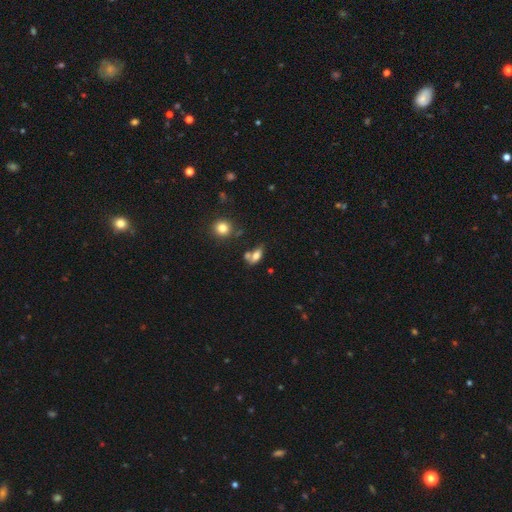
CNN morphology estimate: A smooth galaxy with no disk features (68%) that is in between round and cigar-shaped (79%).

Vote fractions:
- Smooth or featured? smooth: 68% / featured or disk: 21% / star or artifact: 11%
- How rounded? in between: 79% / cigar-shaped: 12% / round: 8%
- Merging? none: 41% / merger: 32% / minor disturbance: 18% / major disturbance: 10%